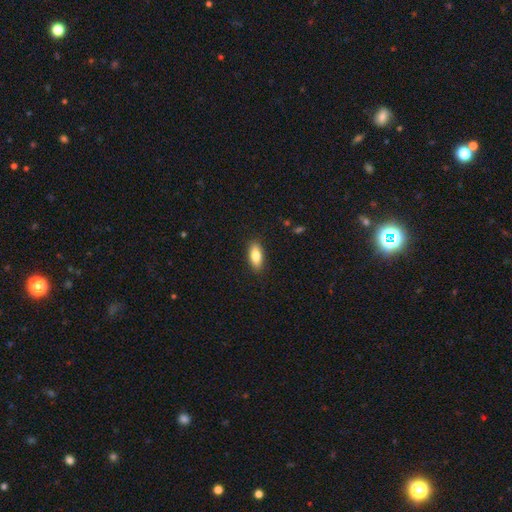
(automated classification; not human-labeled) smooth-or-featured: smooth: 81% | featured or disk: 13% | star or artifact: 7%
  how-rounded: in between: 83% | cigar-shaped: 14% | round: 3%
  merging: none: 89% | minor disturbance: 8% | major disturbance: 2% | merger: 1%